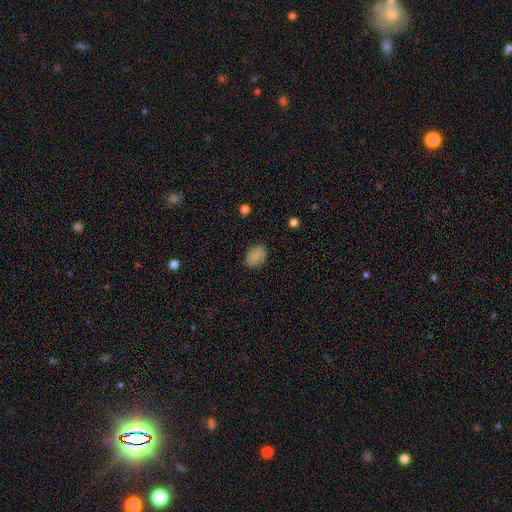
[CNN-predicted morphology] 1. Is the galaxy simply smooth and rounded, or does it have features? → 85% smooth, 9% star or artifact, 6% featured or disk.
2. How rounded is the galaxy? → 78% in between, 21% round, 1% cigar-shaped.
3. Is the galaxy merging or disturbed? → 82% none, 14% minor disturbance, 3% major disturbance, 1% merger.